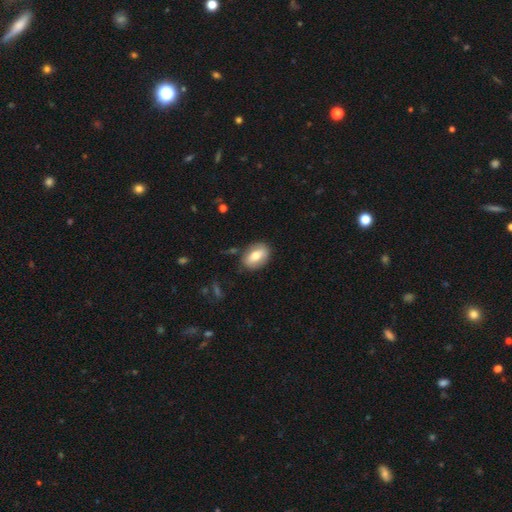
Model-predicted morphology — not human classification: smooth 66%, featured or disk 27%, star or artifact 7%. Down the decision tree: how rounded — in between (82%); merging — none (82%).